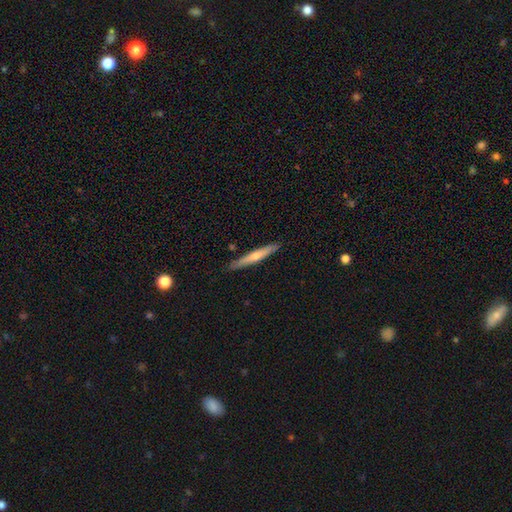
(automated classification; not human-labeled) Smooth or featured? featured or disk (62%)
Edge-on disk? yes (97%)
Edge-on bulge? rounded (74%)
Merging? none (90%)